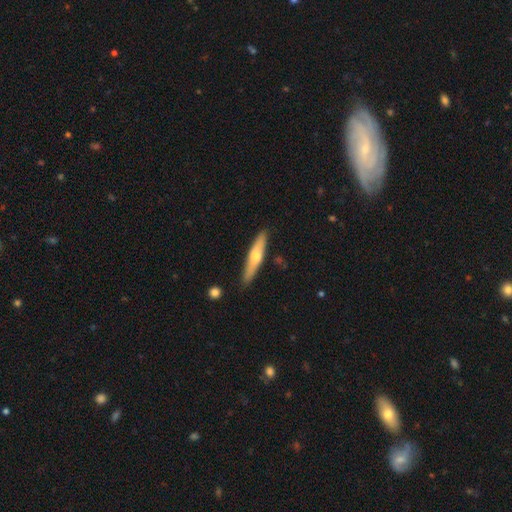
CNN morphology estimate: Smooth or featured: smooth — 49% (featured or disk — 46%)
Merging: none — 86% (minor disturbance — 10%)